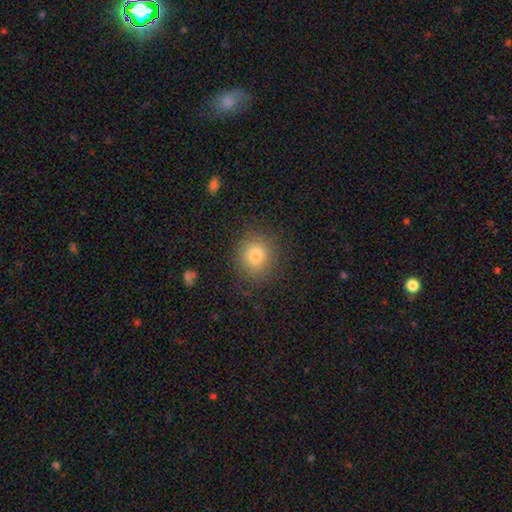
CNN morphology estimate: type=smooth (79%); roundness=round (82%); merging=none (83%).